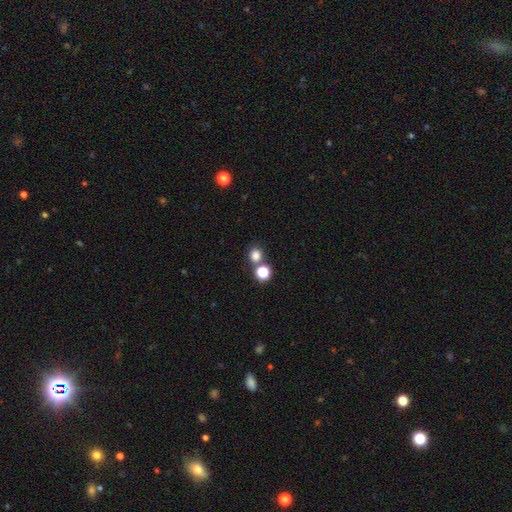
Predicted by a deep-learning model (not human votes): Smooth or featured? smooth (77%)
How rounded? round (81%)
Merging? none (67%)